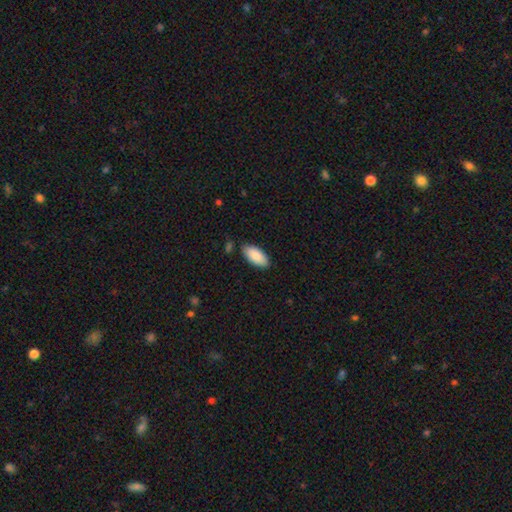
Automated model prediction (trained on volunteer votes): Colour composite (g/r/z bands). It shows a smooth galaxy with no disk features (88%) that is in between round and cigar-shaped (91%). Merging: none (83%).